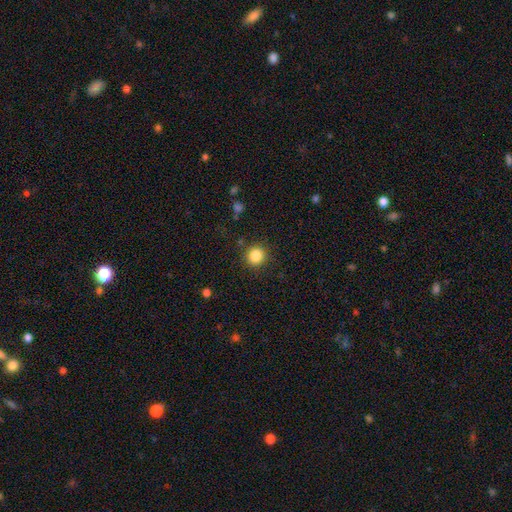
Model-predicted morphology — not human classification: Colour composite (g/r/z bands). It shows a smooth galaxy with no disk features (85%) that is round (93%). Merging: none (89%).